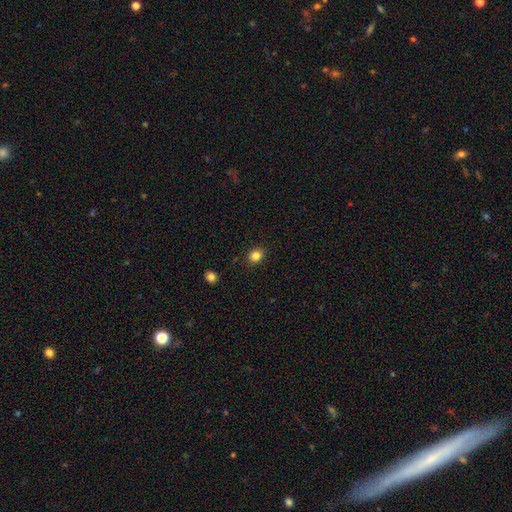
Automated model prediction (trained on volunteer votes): The model was most divided on "how rounded": round: 67%, in between: 32%, cigar-shaped: 1%. More confident: merging — none (89%); smooth or featured — smooth (84%).